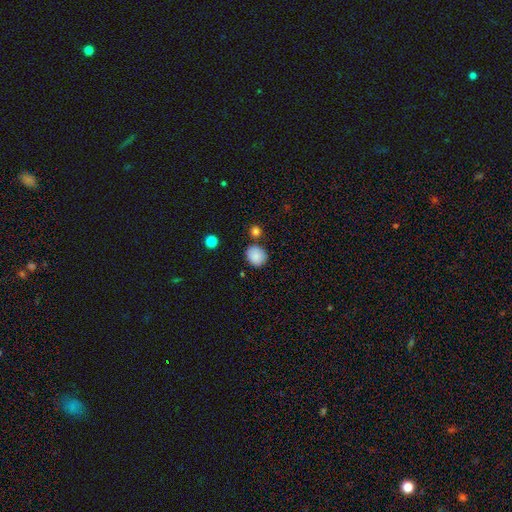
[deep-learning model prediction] Smooth or featured: smooth — 87% (star or artifact — 9%)
How rounded: round — 76% (in between — 23%)
Merging: none — 78% (minor disturbance — 12%)